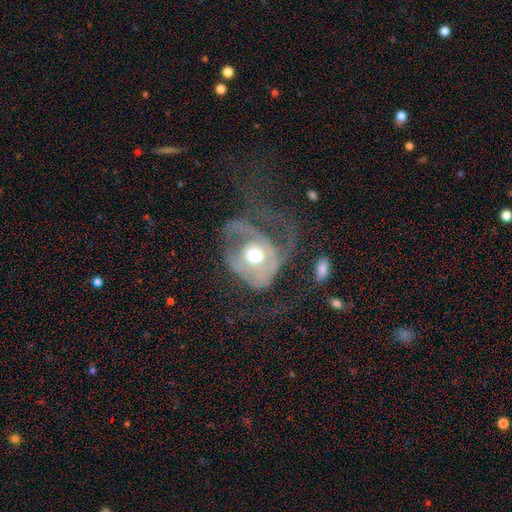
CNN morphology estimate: A featured or disk galaxy (65%) with no bar (75%), spiral arms (53%) and a moderate central bulge (65%).

Vote fractions:
- Smooth or featured? featured or disk: 65% / smooth: 28% / star or artifact: 7%
- Edge-on disk? no: 96% / yes: 4%
- Bar? no: 75% / weak: 19% / strong: 6%
- Spiral arms? yes: 53% / no: 47%
- Bulge size? moderate: 65% / large: 24% / small: 7% / dominant: 2% / none: 1%
- Merging? major disturbance: 64% / none: 18% / minor disturbance: 13% / merger: 5%